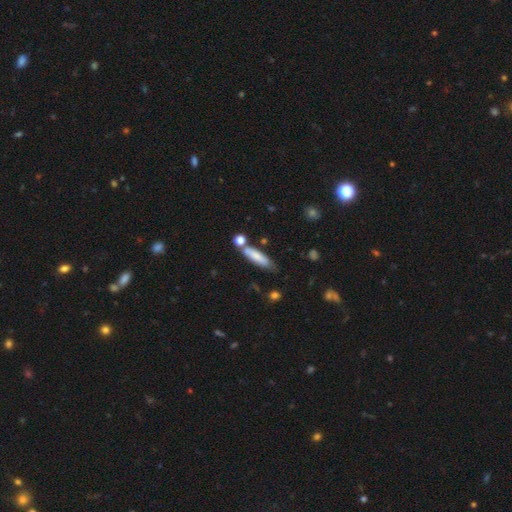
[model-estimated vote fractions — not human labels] Smooth or featured? Predicted: smooth (p=0.75). How rounded? Predicted: cigar-shaped (p=0.69). Merging? Predicted: none (p=0.61).